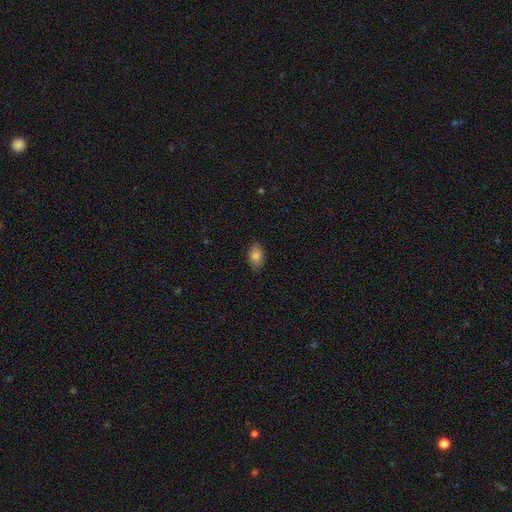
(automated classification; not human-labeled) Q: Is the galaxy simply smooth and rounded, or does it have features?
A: smooth — 83%.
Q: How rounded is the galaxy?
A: in between — 86%.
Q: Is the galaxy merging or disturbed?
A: none — 84%.